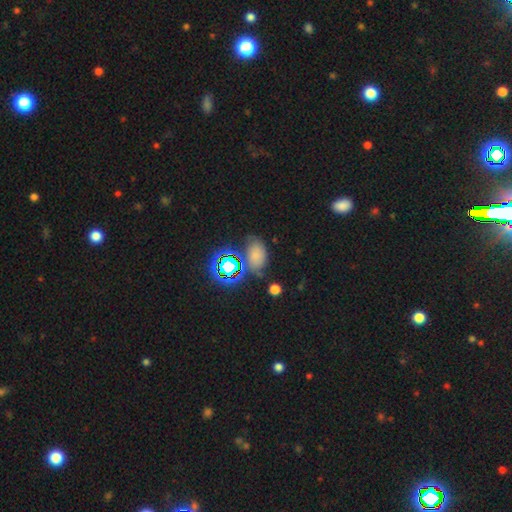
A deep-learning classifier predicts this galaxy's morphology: Smooth or featured? Predicted: smooth (p=0.55). How rounded? Predicted: in between (p=0.80). Merging? Predicted: none (p=0.63).